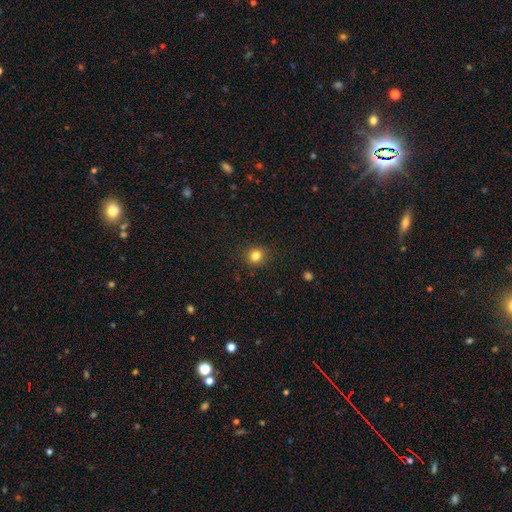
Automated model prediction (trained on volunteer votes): Smooth or featured?
  - smooth: 82% *
  - star or artifact: 13%
  - featured or disk: 5%
How rounded?
  - round: 85% *
  - in between: 14%
  - cigar-shaped: 1%
Merging?
  - none: 89% *
  - minor disturbance: 8%
  - major disturbance: 2%
  - merger: 1%